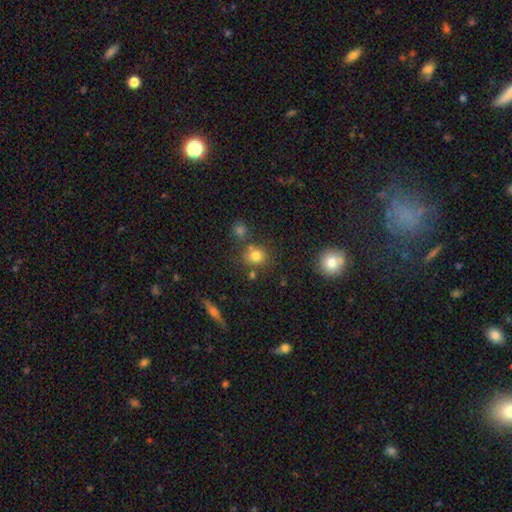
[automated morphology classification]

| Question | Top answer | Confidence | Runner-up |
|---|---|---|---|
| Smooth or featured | smooth | 78% | star or artifact (15%) |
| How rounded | round | 83% | in between (16%) |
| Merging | none | 73% | merger (12%) |